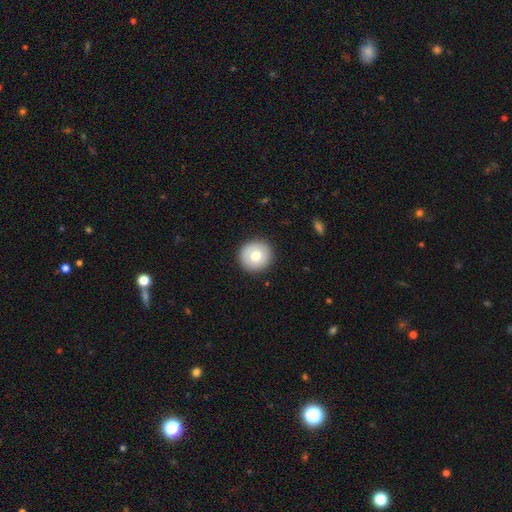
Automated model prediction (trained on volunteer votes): A smooth galaxy with no disk features (72%) that is round (94%). Merging: none (91%).